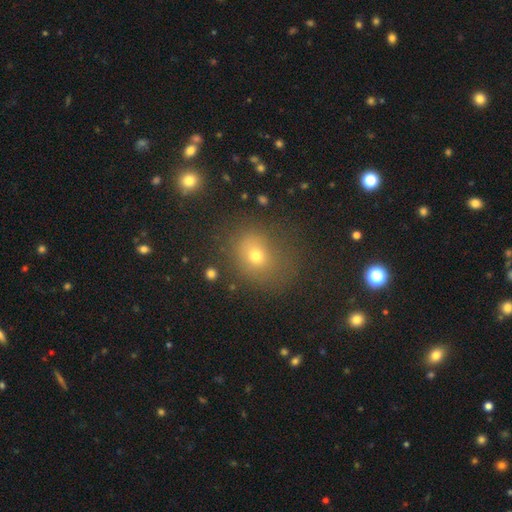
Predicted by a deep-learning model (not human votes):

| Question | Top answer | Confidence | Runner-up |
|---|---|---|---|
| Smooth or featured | smooth | 63% | star or artifact (26%) |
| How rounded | round | 68% | in between (31%) |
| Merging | none | 78% | minor disturbance (13%) |